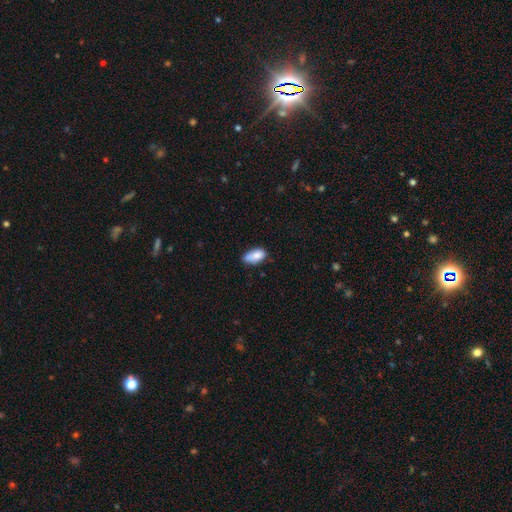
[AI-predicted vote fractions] A smooth galaxy with no disk features (81%) that is in between round and cigar-shaped (90%). Merging: none (53%).